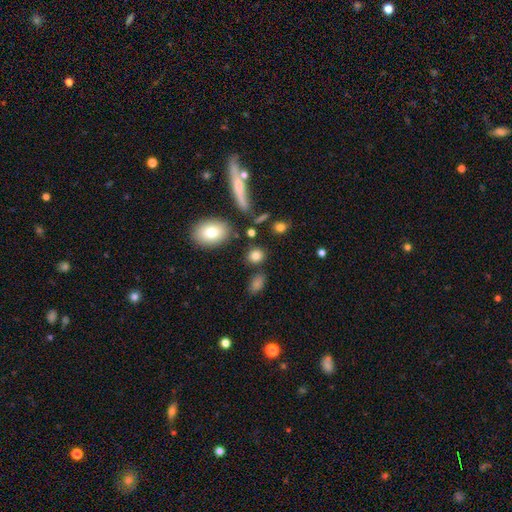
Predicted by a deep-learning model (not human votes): This appears to be a smooth galaxy with no disk features (82%) that is round (66%). Merging: none (80%).